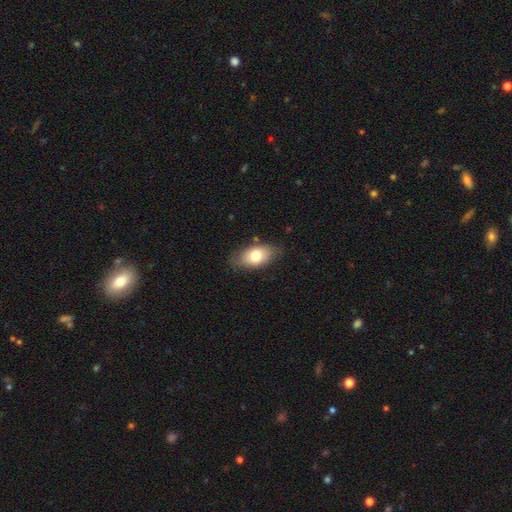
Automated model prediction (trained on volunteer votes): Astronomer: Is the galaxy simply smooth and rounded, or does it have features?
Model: smooth — 78%.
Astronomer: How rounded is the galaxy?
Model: in between — 91%.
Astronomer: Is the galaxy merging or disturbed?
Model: none — 78%.